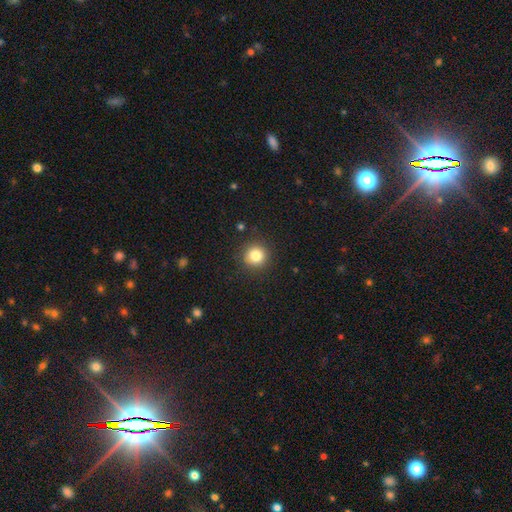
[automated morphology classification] Smooth or featured?
  - smooth: 83% *
  - star or artifact: 11%
  - featured or disk: 6%
How rounded?
  - round: 94% *
  - in between: 5%
  - cigar-shaped: 1%
Merging?
  - none: 90% *
  - minor disturbance: 7%
  - major disturbance: 2%
  - merger: 1%